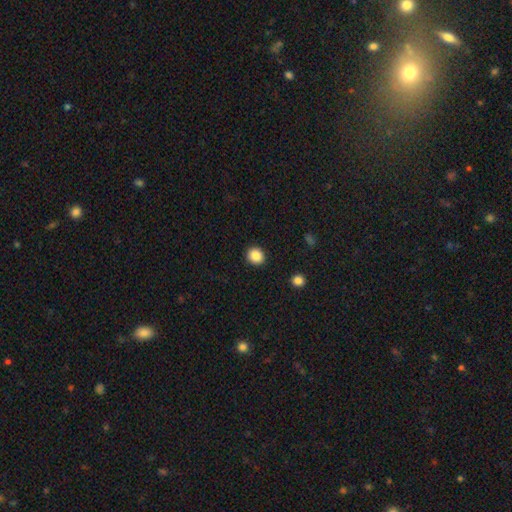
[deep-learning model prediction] A smooth galaxy with no disk features (87%) that is round (80%). Merging: none (92%).